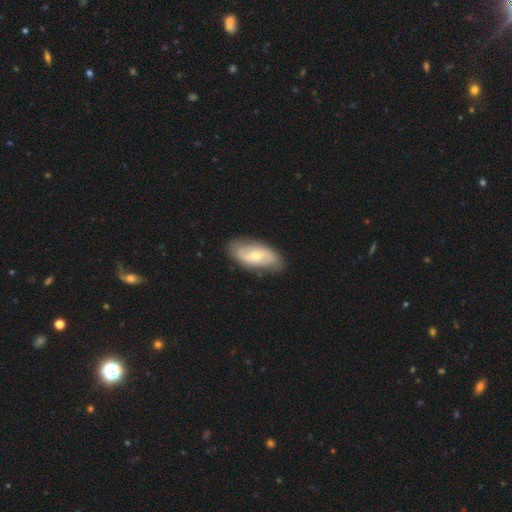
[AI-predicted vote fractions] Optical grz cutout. It shows a featured or disk galaxy (58%) with no bar (54%), spiral arms (75%) and a small central bulge (49%). Merging: none (80%).